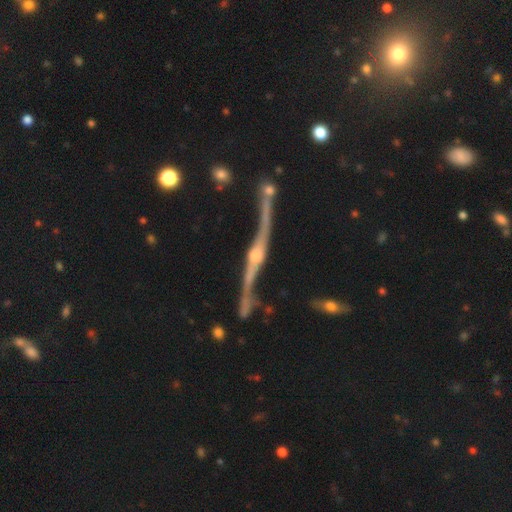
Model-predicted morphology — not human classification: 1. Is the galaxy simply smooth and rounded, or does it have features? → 89% featured or disk, 7% star or artifact, 4% smooth.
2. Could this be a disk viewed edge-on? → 76% yes, 24% no.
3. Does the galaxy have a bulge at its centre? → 91% rounded, 5% none, 4% boxy.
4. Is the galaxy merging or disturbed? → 58% none, 20% minor disturbance, 11% merger, 11% major disturbance.